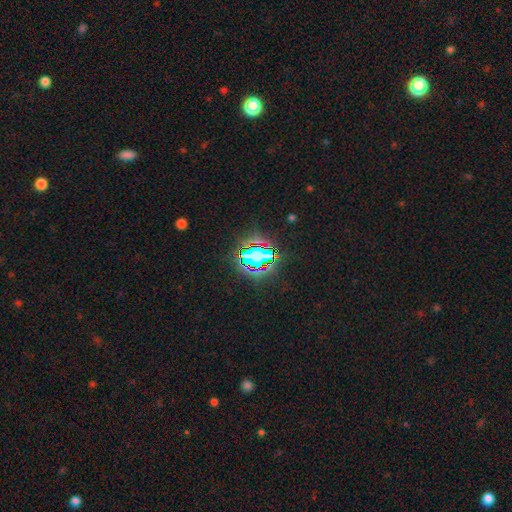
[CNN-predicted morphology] This is likely a star or artifact rather than a galaxy (70%).